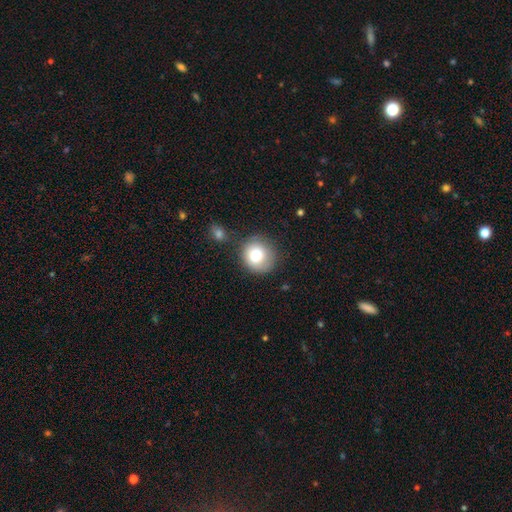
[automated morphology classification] The model was most divided on "merging": none: 75%, minor disturbance: 13%, merger: 7%, major disturbance: 4%. More confident: how rounded — round (88%); smooth or featured — smooth (77%).